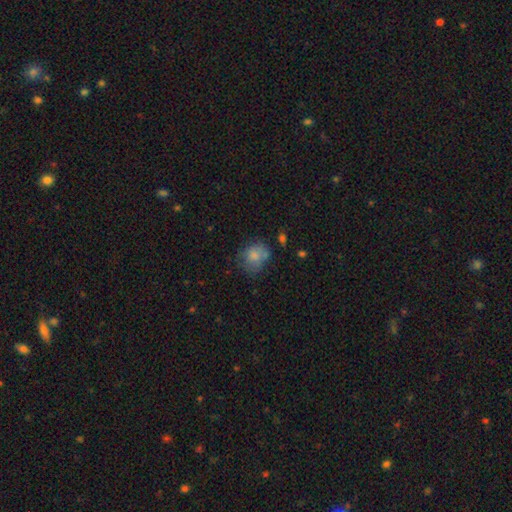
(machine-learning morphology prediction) The model was most divided on "merging": none: 53%, minor disturbance: 28%, major disturbance: 12%, merger: 7%. More confident: smooth or featured — smooth (77%); how rounded — round (63%).